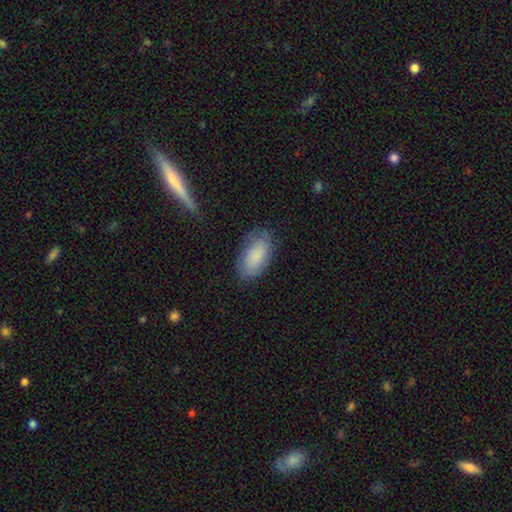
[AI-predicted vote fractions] A smooth galaxy with no disk features (82%) that is in between round and cigar-shaped (93%). Merging: none (75%).